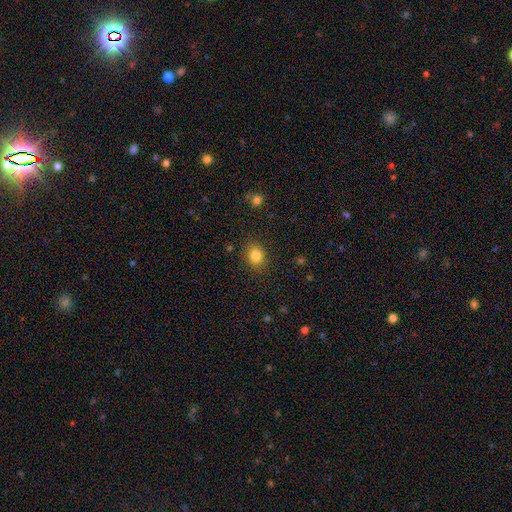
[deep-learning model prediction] The model was most divided on "how rounded": round: 58%, in between: 41%, cigar-shaped: 1%. More confident: merging — none (86%); smooth or featured — smooth (83%).